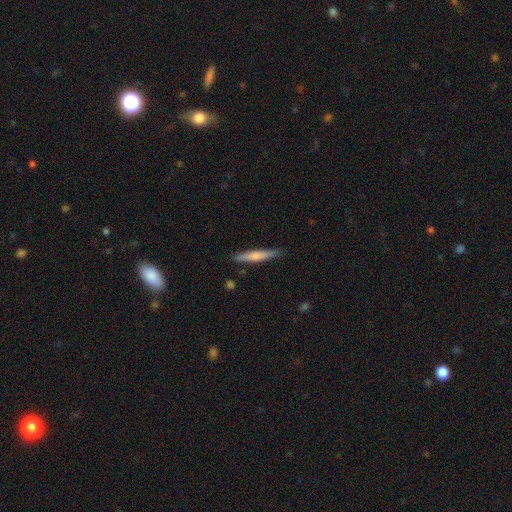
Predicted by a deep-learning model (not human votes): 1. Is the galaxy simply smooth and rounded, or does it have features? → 64% smooth, 31% featured or disk, 5% star or artifact.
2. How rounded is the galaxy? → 93% cigar-shaped, 5% in between, 1% round.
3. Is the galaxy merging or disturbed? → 86% none, 11% minor disturbance, 2% major disturbance, 2% merger.